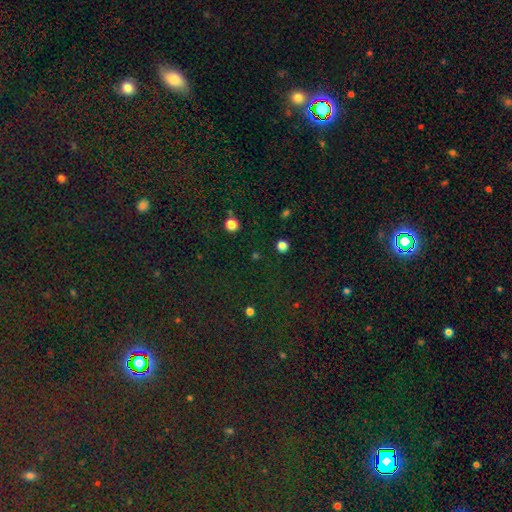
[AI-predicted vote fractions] Morphology: type=star or artifact (61%).